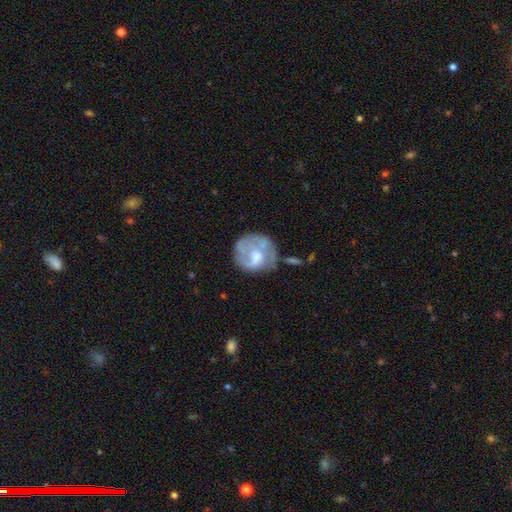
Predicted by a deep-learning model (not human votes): Smooth or featured? Predicted: featured or disk (p=0.56). Edge-on disk? Predicted: no (p=0.98). Bar? Predicted: no (p=0.68). Spiral arms? Predicted: yes (p=0.56). Bulge size? Predicted: moderate (p=0.39). Merging? Predicted: none (p=0.48).